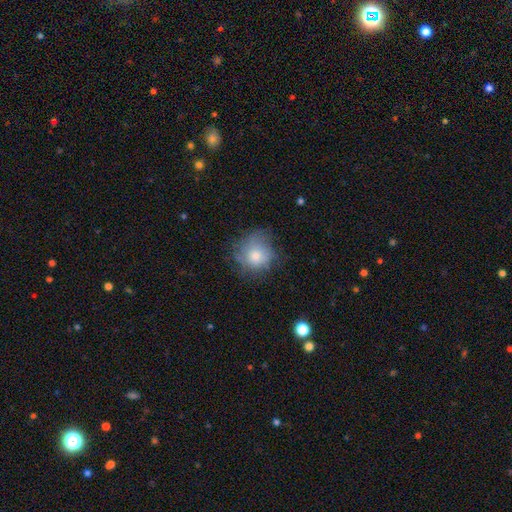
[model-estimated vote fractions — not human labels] The model was most divided on "merging": none: 59%, minor disturbance: 26%, major disturbance: 13%, merger: 2%. More confident: how rounded — round (84%); smooth or featured — smooth (67%).